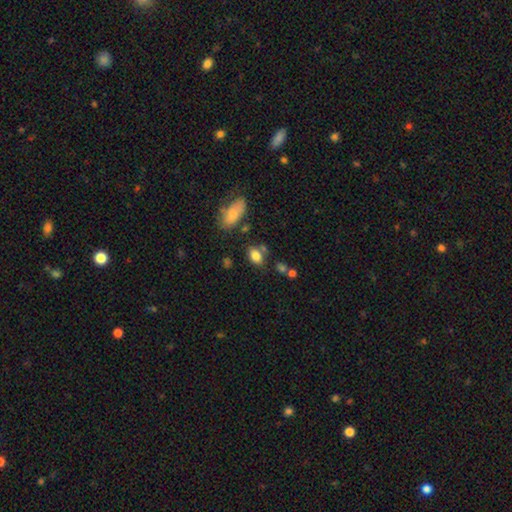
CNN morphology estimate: A smooth galaxy with no disk features (82%) that is in between round and cigar-shaped (82%).

Vote fractions:
- Smooth or featured? smooth: 82% / star or artifact: 10% / featured or disk: 9%
- How rounded? in between: 82% / round: 16% / cigar-shaped: 2%
- Merging? none: 67% / minor disturbance: 16% / merger: 11% / major disturbance: 5%